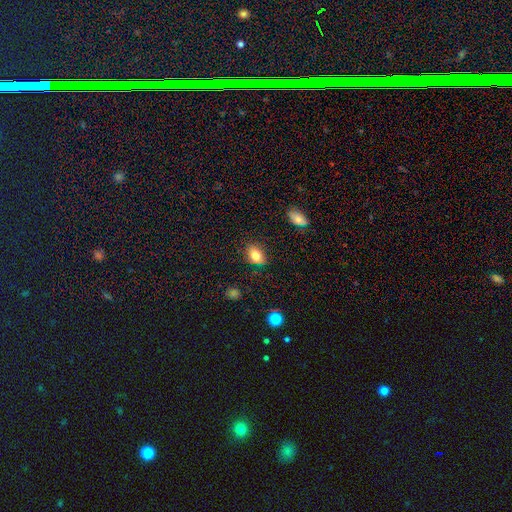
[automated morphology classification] smooth 82%, featured or disk 9%, star or artifact 9%. Down the decision tree: how rounded — in between (84%); merging — none (82%).